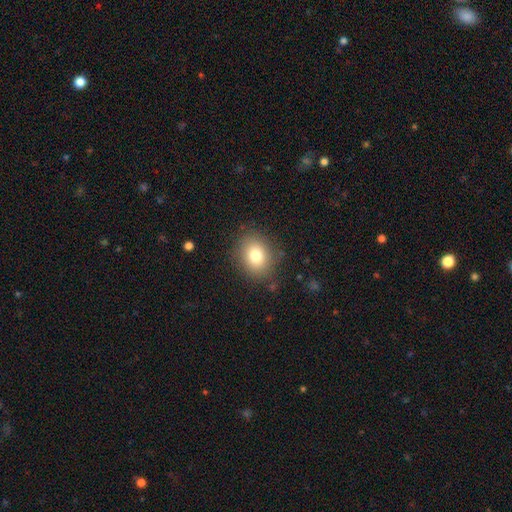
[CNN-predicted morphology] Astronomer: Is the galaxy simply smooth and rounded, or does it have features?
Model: smooth — 79%.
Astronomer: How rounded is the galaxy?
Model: round — 58% (runner-up: in between, 41%).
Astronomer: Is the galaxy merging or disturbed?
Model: none — 84%.